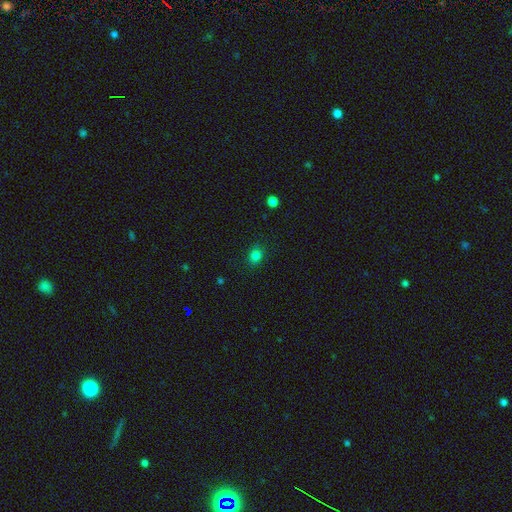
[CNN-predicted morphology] Smooth or featured: smooth — 81% (star or artifact — 14%)
How rounded: round — 58% (in between — 41%)
Merging: none — 86% (minor disturbance — 10%)